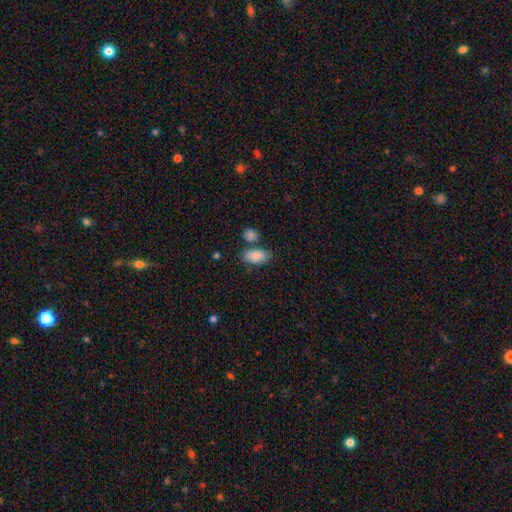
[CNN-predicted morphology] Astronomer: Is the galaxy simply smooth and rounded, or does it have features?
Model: smooth — 84%.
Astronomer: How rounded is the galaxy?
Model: in between — 92%.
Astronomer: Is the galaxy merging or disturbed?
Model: none — 65%.